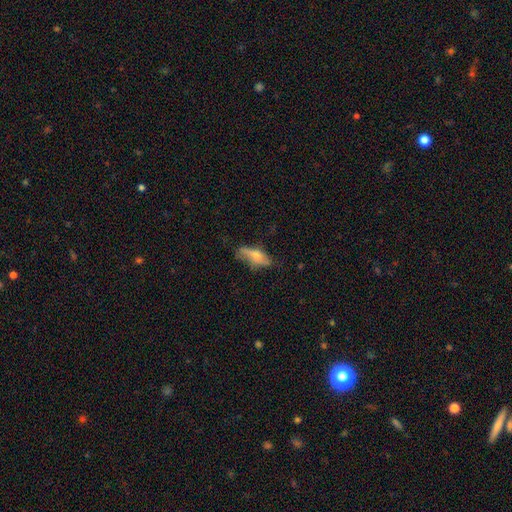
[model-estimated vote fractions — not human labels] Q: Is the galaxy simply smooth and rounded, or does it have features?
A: smooth — 58%.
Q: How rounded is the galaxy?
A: in between — 63%.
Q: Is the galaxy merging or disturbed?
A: none — 54%.